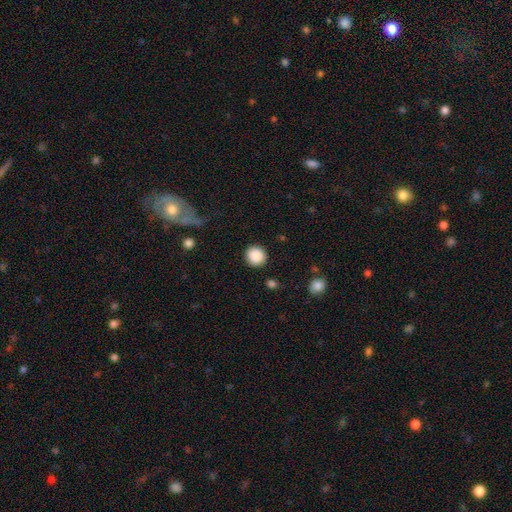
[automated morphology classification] A smooth galaxy with no disk features (88%) that is round (91%).

Vote fractions:
- Smooth or featured? smooth: 88% / star or artifact: 8% / featured or disk: 3%
- How rounded? round: 91% / in between: 8% / cigar-shaped: 1%
- Merging? none: 89% / minor disturbance: 7% / major disturbance: 3% / merger: 2%